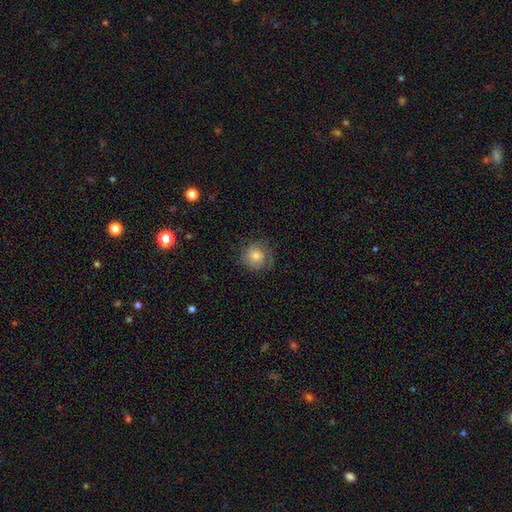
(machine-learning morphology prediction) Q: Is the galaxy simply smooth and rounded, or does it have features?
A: smooth — 61%.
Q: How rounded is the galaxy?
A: round — 88%.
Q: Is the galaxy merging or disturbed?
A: none — 73%.